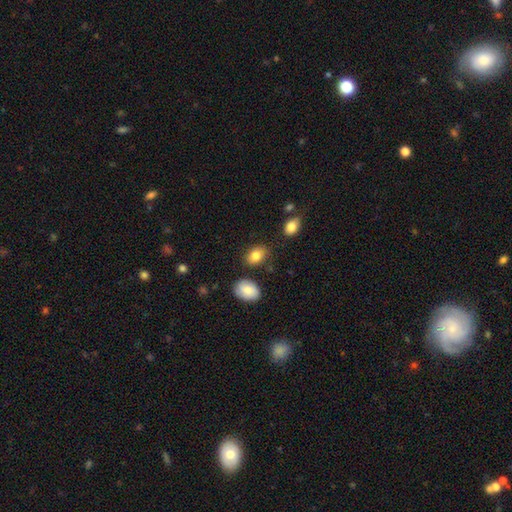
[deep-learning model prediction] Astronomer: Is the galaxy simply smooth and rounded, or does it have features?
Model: smooth — 83%.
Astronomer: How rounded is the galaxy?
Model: in between — 80%.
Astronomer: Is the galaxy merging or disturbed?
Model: none — 78%.